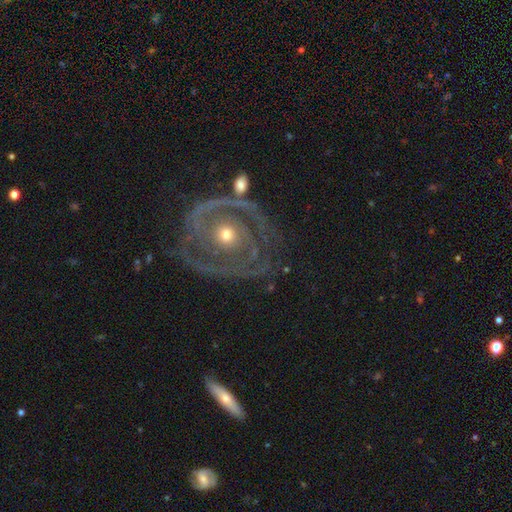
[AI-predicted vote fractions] This is clearly a featured or disk galaxy (84%). It is clearly not viewed edge-on (96%). Bar: likely no (76%). Spiral arm pattern: likely yes (74%). Spiral arm count: possibly 2 (48%). Spiral winding: likely tight (61%). Central bulge: possibly moderate (58%). Merging: likely none (65%).